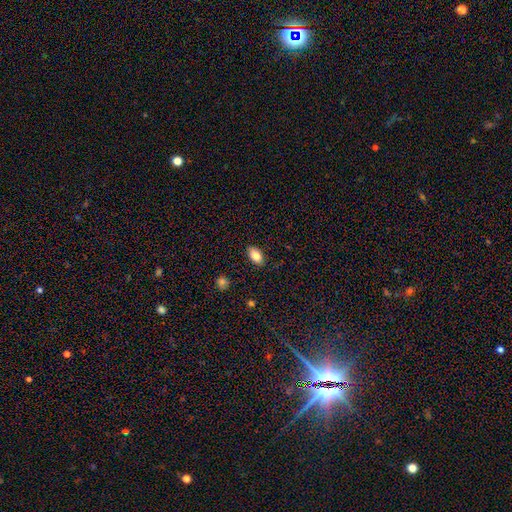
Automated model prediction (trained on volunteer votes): Smooth or featured? Predicted: smooth (p=0.83). How rounded? Predicted: in between (p=0.93). Merging? Predicted: none (p=0.87).